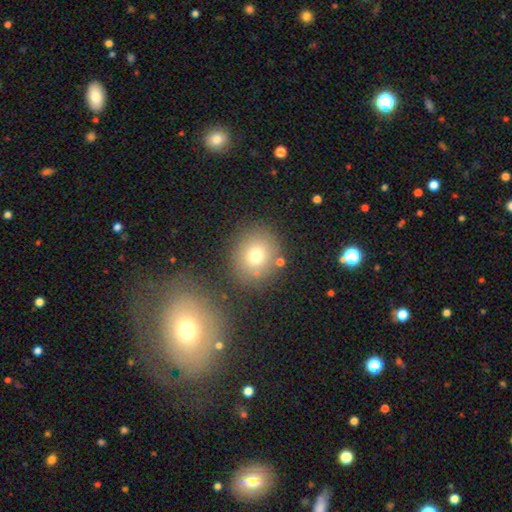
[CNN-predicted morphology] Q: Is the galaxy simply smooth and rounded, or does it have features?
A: smooth — 74%.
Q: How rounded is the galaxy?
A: round — 79%.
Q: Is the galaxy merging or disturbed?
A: none — 77%.